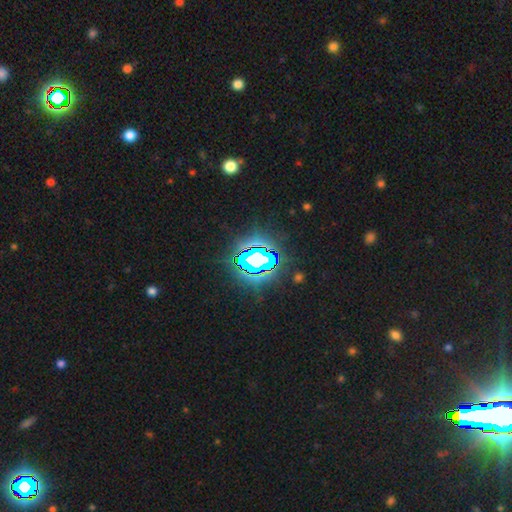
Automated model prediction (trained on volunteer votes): A star or artifact, not a galaxy (73%).